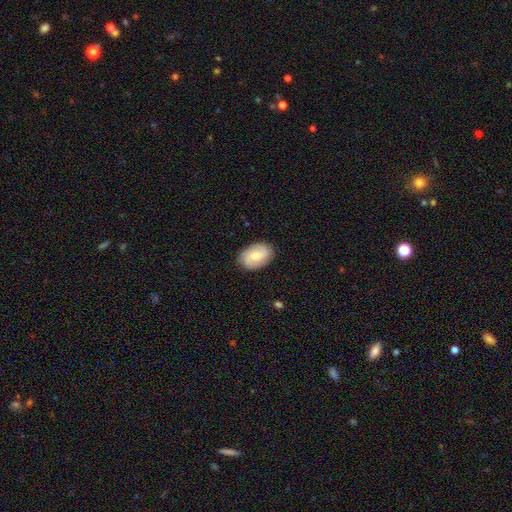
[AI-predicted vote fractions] smooth_or_featured: smooth (p=0.52) [alt: featured or disk p=0.41]
how_rounded: in between (p=0.82) [alt: round p=0.17]
merging: none (p=0.86) [alt: minor disturbance p=0.11]